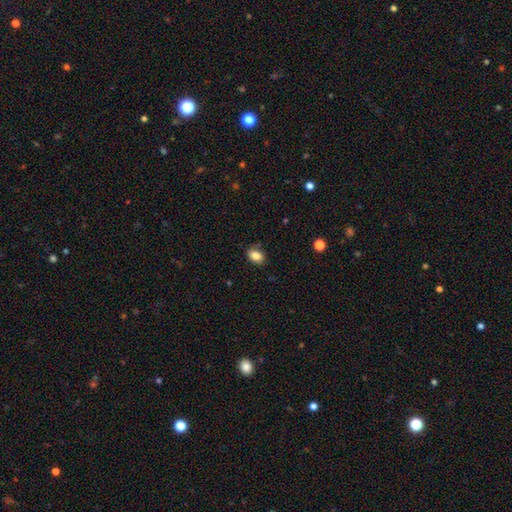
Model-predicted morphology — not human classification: smooth_or_featured: smooth (p=0.84) [alt: star or artifact p=0.09]
how_rounded: in between (p=0.80) [alt: round p=0.19]
merging: none (p=0.79) [alt: minor disturbance p=0.16]